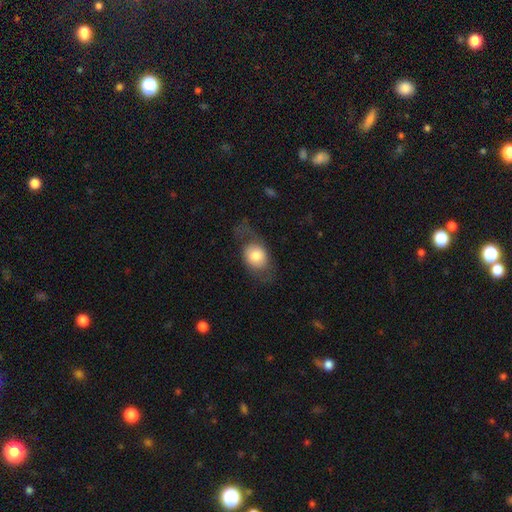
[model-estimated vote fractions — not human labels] This appears to be a smooth galaxy with no disk features (65%) that is in between round and cigar-shaped (58%). Merging: none (58%).